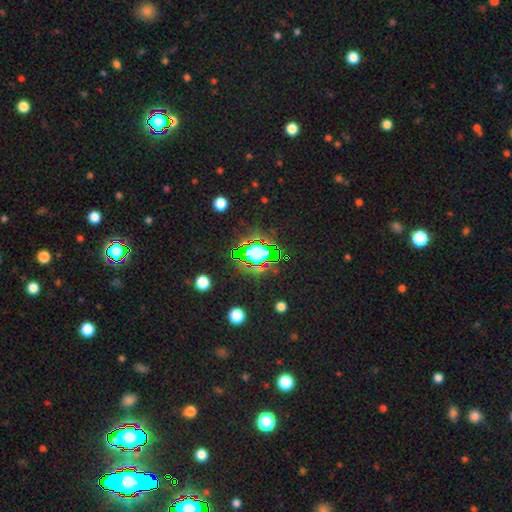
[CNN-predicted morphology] smooth-or-featured: star or artifact: 67% | smooth: 21% | featured or disk: 12%